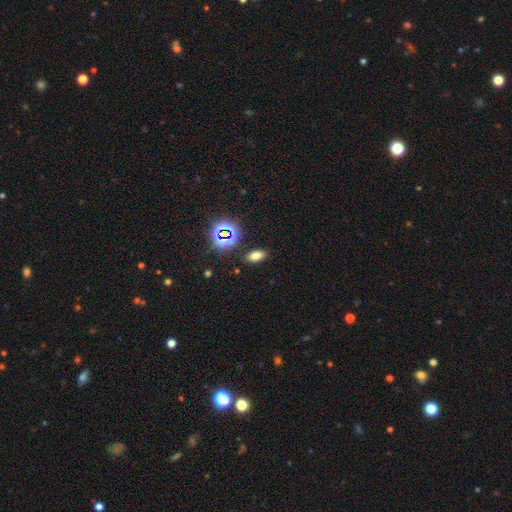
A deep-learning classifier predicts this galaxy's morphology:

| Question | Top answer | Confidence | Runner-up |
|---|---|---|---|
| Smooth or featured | smooth | 67% | star or artifact (22%) |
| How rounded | in between | 83% | round (10%) |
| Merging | none | 87% | minor disturbance (8%) |